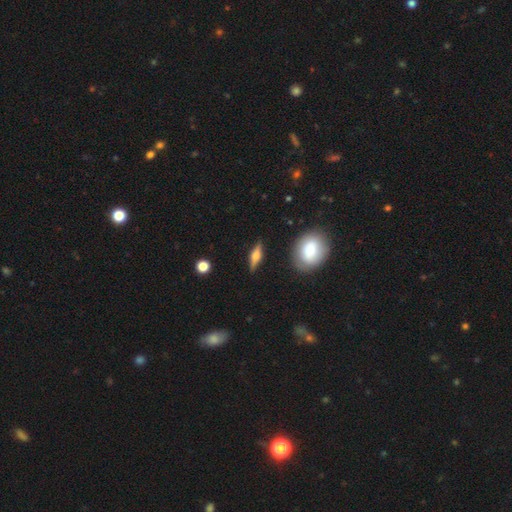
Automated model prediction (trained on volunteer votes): Smooth or featured?
  - featured or disk: 62% *
  - smooth: 31%
  - star or artifact: 7%
Edge-on disk?
  - yes: 94% *
  - no: 6%
Edge-on bulge?
  - rounded: 89% *
  - boxy: 8%
  - none: 3%
Merging?
  - none: 86% *
  - minor disturbance: 10%
  - major disturbance: 2%
  - merger: 2%